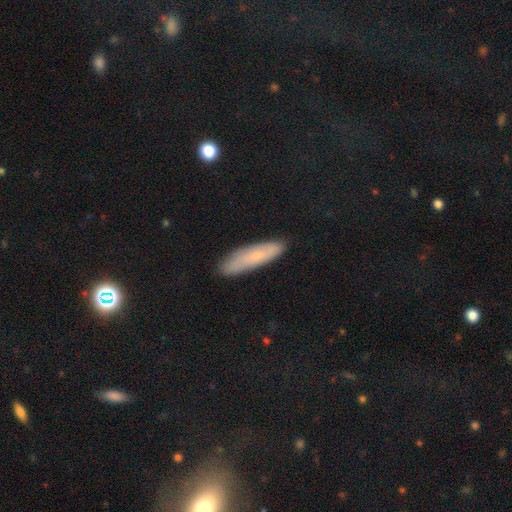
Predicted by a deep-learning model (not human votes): A smooth galaxy with no disk features (66%) that is cigar-shaped (67%).

Vote fractions:
- Smooth or featured? smooth: 66% / featured or disk: 26% / star or artifact: 8%
- How rounded? cigar-shaped: 67% / in between: 31% / round: 2%
- Merging? none: 85% / minor disturbance: 12% / major disturbance: 2% / merger: 1%